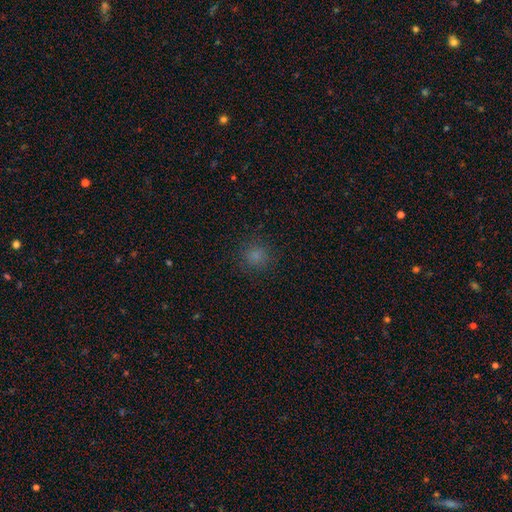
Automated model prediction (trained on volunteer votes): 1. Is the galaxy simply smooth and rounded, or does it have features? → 79% smooth, 16% star or artifact, 5% featured or disk.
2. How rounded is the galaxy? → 91% round, 8% in between, 1% cigar-shaped.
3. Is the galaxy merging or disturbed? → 86% none, 9% minor disturbance, 4% major disturbance, 1% merger.